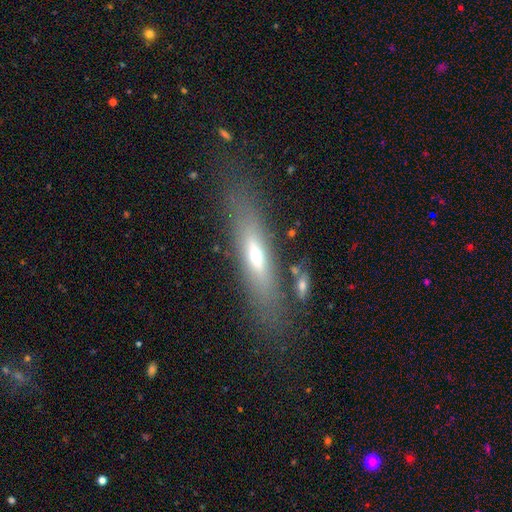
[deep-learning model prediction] featured or disk 46%, smooth 43%, star or artifact 11%. Down the decision tree: merging — none (78%).